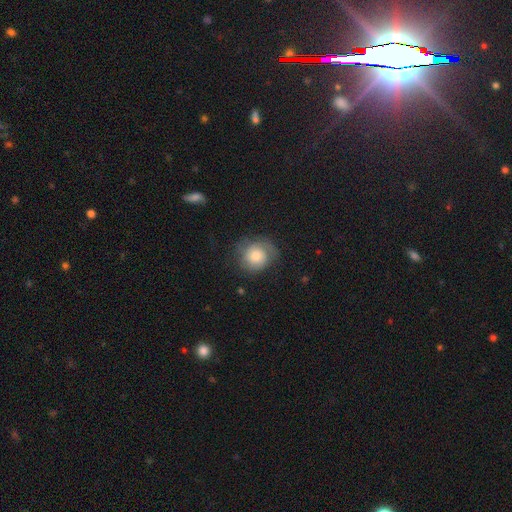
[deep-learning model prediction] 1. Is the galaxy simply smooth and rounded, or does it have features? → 54% smooth, 38% featured or disk, 8% star or artifact.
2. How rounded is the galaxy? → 82% round, 17% in between, 1% cigar-shaped.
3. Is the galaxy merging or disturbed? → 64% none, 22% minor disturbance, 12% major disturbance, 1% merger.